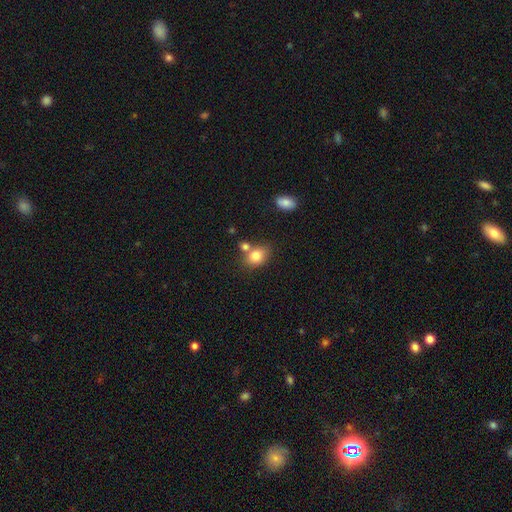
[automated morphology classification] Smooth or featured? Predicted: smooth (p=0.80). How rounded? Predicted: in between (p=0.59). Merging? Predicted: none (p=0.54).